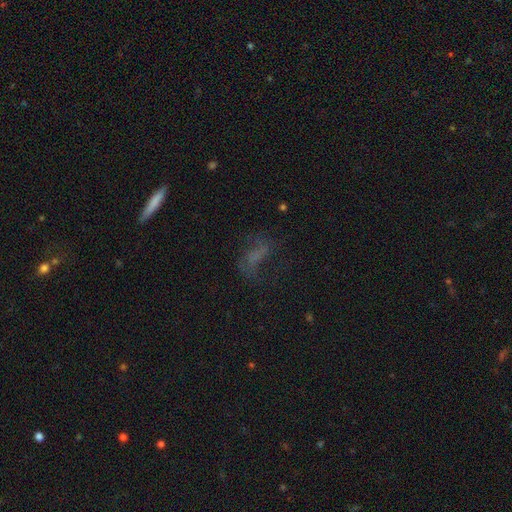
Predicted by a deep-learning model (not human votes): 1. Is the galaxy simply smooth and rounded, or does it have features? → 40% smooth, 38% featured or disk, 22% star or artifact.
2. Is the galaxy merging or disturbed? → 51% none, 27% major disturbance, 19% minor disturbance, 4% merger.